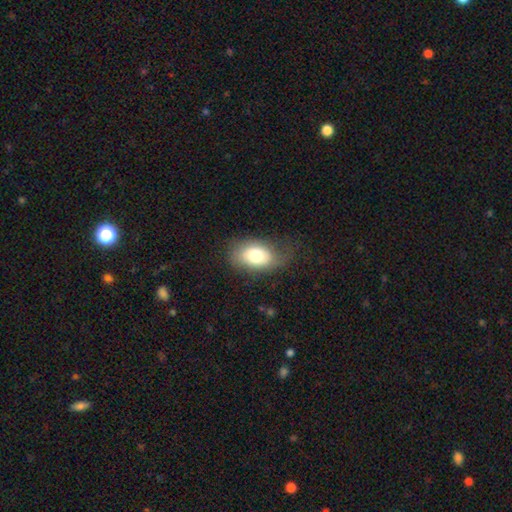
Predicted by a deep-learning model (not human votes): Smooth or featured? smooth (71%)
How rounded? in between (85%)
Merging? none (56%)